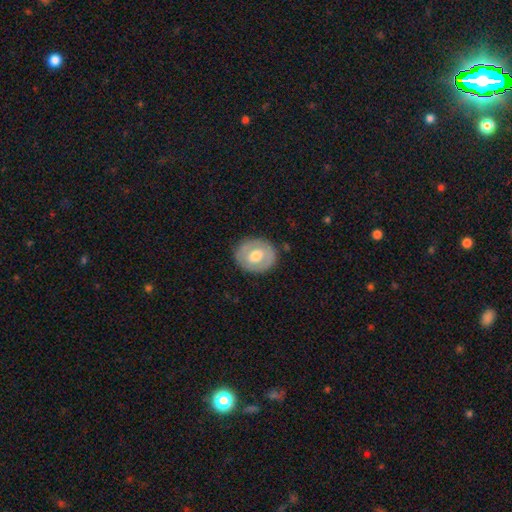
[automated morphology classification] Overall: smooth (54%; featured or disk 40%). How rounded: round (69%; in between 30%). Merging: none (84%).